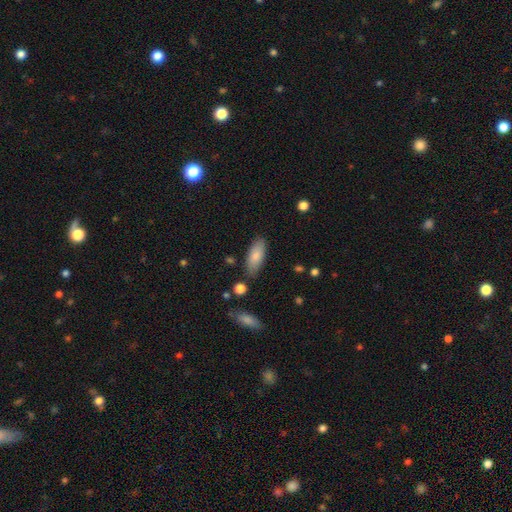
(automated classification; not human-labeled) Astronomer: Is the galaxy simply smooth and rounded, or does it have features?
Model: smooth — 83%.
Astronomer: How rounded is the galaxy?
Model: in between — 78%.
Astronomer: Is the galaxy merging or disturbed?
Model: none — 82%.